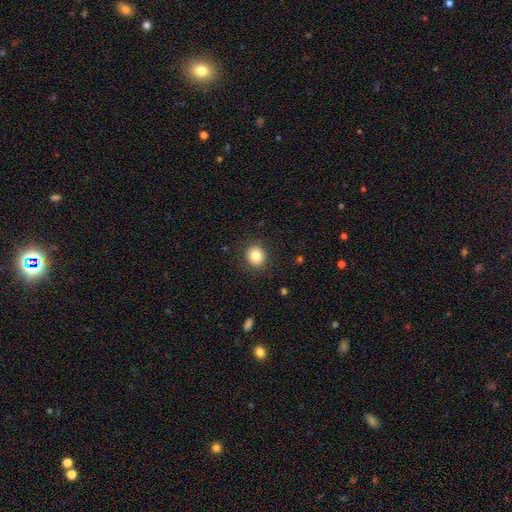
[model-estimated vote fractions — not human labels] smooth-or-featured: smooth: 81% | star or artifact: 10% | featured or disk: 8%
  how-rounded: round: 87% | in between: 12% | cigar-shaped: 1%
  merging: none: 89% | minor disturbance: 7% | major disturbance: 3% | merger: 1%